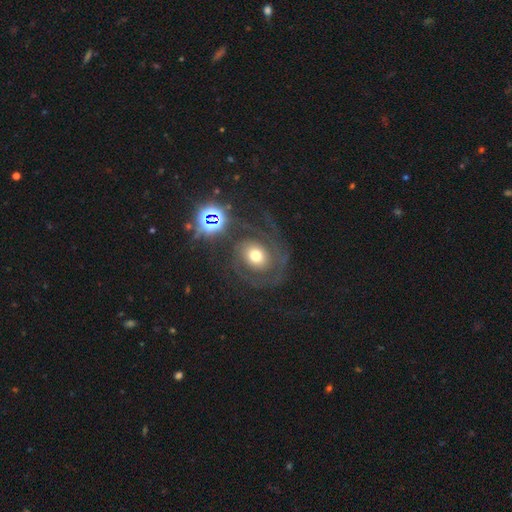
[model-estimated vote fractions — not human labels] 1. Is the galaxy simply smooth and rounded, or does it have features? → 69% featured or disk, 19% smooth, 13% star or artifact.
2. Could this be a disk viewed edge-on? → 97% no, 3% yes.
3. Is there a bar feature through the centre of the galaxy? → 79% no, 16% weak, 5% strong.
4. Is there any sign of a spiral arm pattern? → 84% yes, 16% no.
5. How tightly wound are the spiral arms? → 43% tight, 40% medium, 17% loose.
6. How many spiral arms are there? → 53% 2, 18% can't tell, 11% 1, 9% 3, 4% 4, 4% more than 4.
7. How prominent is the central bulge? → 63% moderate, 18% large, 14% small, 3% dominant, 2% none.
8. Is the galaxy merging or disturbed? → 59% none, 22% major disturbance, 15% minor disturbance, 4% merger.